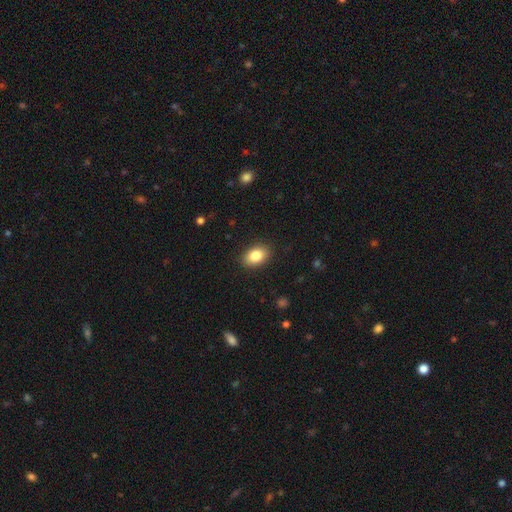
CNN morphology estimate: Smooth or featured? Predicted: smooth (p=0.86). How rounded? Predicted: in between (p=0.85). Merging? Predicted: none (p=0.88).